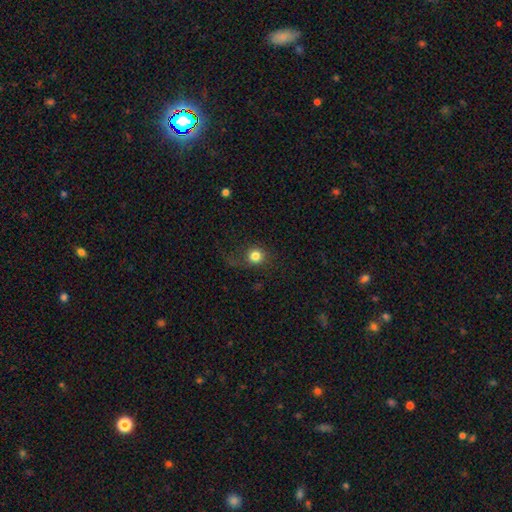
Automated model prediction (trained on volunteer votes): A smooth galaxy with no disk features (78%) that is round (87%). Merging: none (61%).